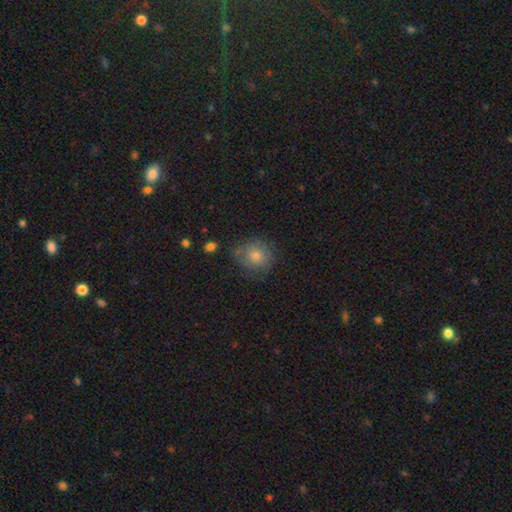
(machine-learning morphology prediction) This appears to be a smooth galaxy with no disk features (71%) that is round (82%). Merging: none (72%).